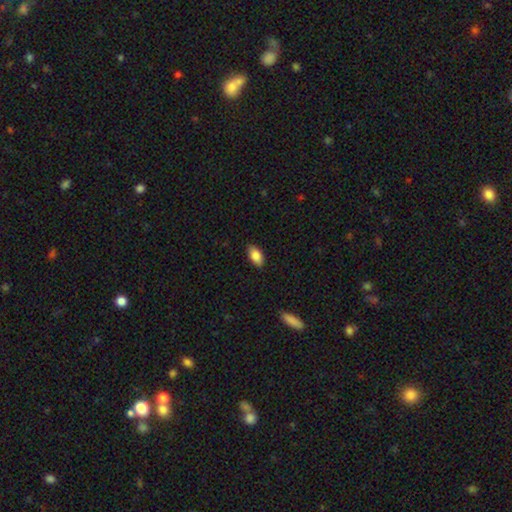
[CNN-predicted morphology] smooth-or-featured: smooth: 85% | featured or disk: 8% | star or artifact: 7%
  how-rounded: in between: 92% | cigar-shaped: 4% | round: 4%
  merging: none: 87% | minor disturbance: 10% | major disturbance: 2% | merger: 1%